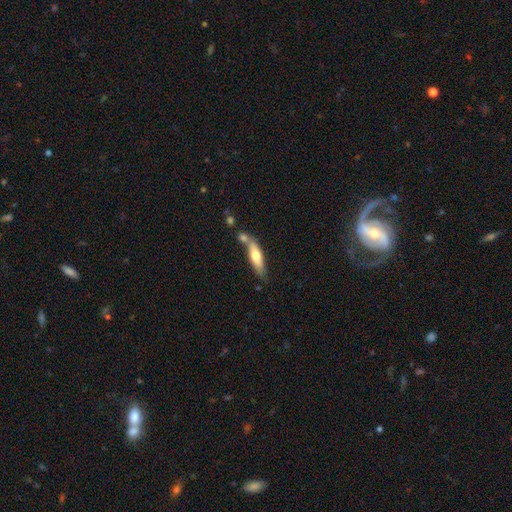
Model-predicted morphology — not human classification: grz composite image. It shows a smooth galaxy with no disk features (60%) that is cigar-shaped (62%). Merging: none (52%).